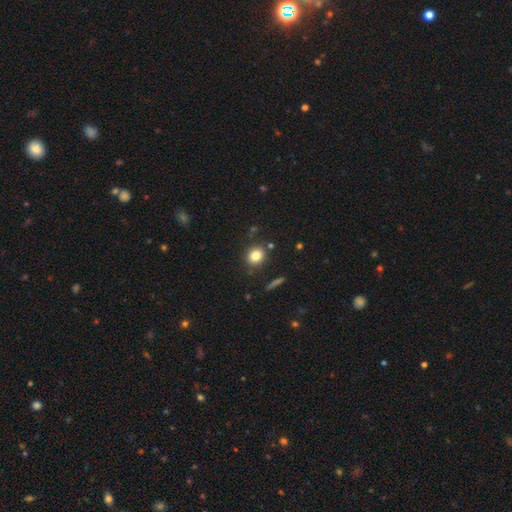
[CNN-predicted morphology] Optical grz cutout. It shows a smooth galaxy with no disk features (81%) that is round (73%). Merging: none (86%).